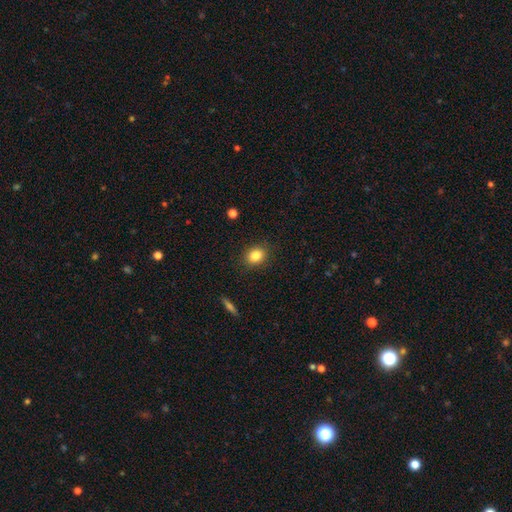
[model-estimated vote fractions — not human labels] Smooth or featured: smooth — 83% (star or artifact — 10%)
How rounded: round — 51% (in between — 48%)
Merging: none — 88% (minor disturbance — 9%)